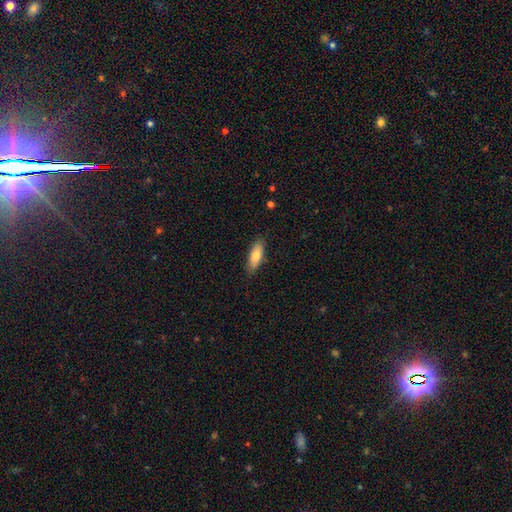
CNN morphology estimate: Smooth or featured? Predicted: smooth (p=0.79). How rounded? Predicted: in between (p=0.60). Merging? Predicted: none (p=0.84).